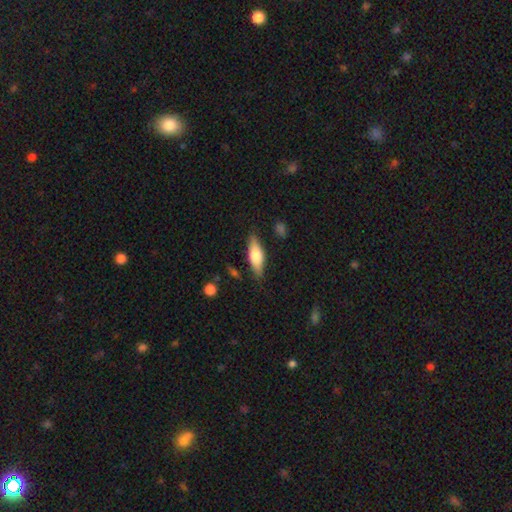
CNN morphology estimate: This is possibly a smooth galaxy (60%). How rounded: possibly in between (59%). Merging: clearly none (83%).